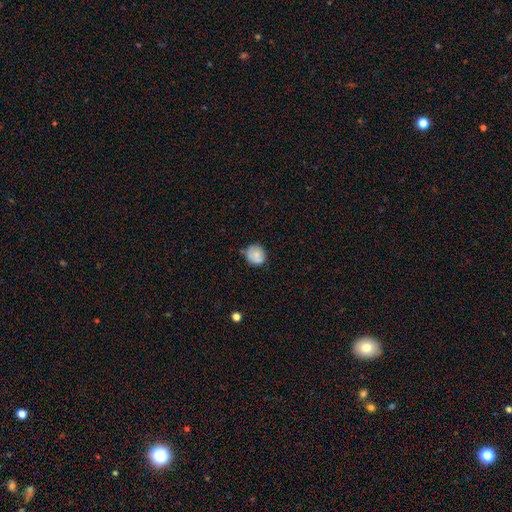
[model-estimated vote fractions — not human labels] Smooth or featured? Predicted: smooth (p=0.77). How rounded? Predicted: round (p=0.80). Merging? Predicted: none (p=0.62).